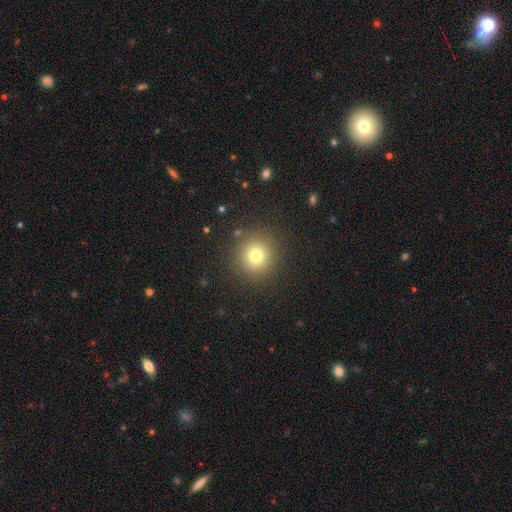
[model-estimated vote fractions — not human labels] Morphology: type=smooth (75%); roundness=round (94%); merging=none (89%).